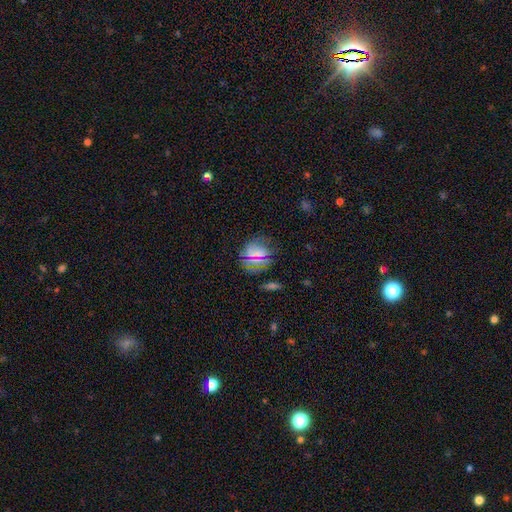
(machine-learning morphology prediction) Q: Smooth or featured?
A: smooth (62%); runner-up: star or artifact (26%)
Q: How rounded?
A: round (76%); runner-up: in between (22%)
Q: Merging?
A: none (77%); runner-up: minor disturbance (15%)